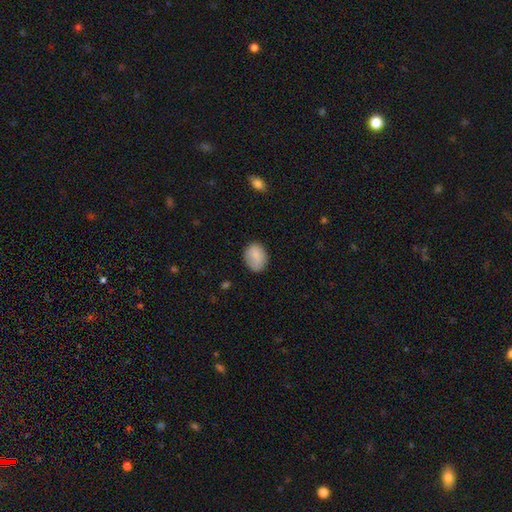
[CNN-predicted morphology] A smooth galaxy with no disk features (84%) that is in between round and cigar-shaped (67%). Merging: none (78%).